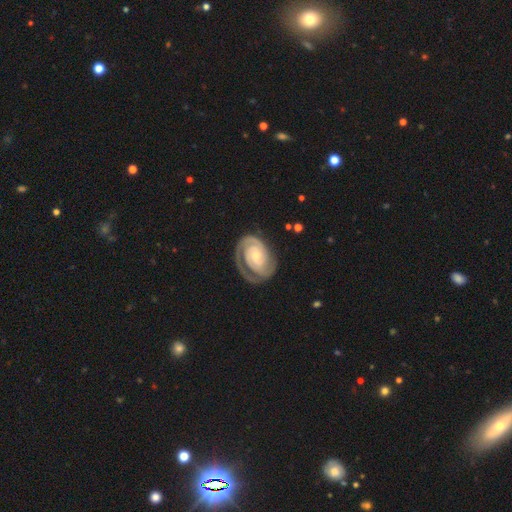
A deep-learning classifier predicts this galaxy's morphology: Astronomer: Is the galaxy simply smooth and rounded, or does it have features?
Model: featured or disk — 89%.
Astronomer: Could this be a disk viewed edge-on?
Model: no — 98%.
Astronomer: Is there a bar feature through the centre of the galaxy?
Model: no — 67%.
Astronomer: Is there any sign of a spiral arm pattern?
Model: yes — 97%.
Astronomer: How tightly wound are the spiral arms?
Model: tight — 76%.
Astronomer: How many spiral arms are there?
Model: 2 — 59%.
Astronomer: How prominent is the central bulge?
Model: small — 65%.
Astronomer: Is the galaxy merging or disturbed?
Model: none — 69%.